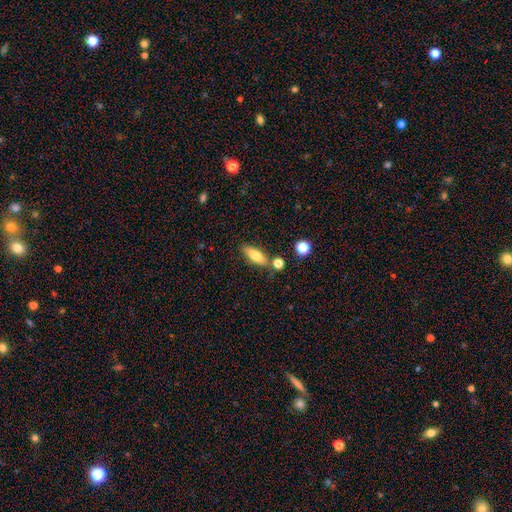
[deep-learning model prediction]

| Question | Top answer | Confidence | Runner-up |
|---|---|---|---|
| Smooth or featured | smooth | 74% | featured or disk (18%) |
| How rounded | in between | 73% | cigar-shaped (23%) |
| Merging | none | 73% | minor disturbance (13%) |